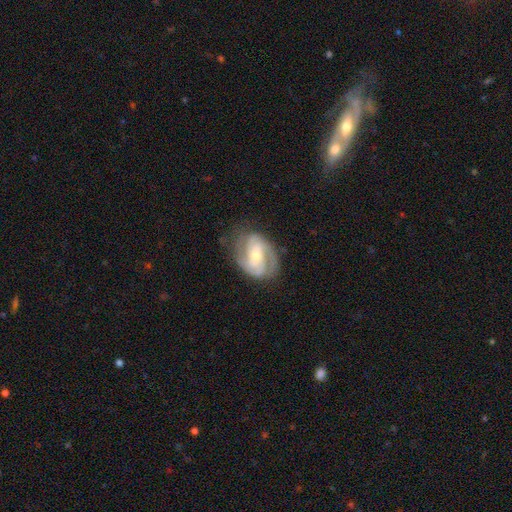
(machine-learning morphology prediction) Smooth or featured? featured or disk (84%)
Edge-on disk? no (97%)
Bar? no (42%)
Spiral arms? yes (95%)
Spiral winding? tight (44%, tied with medium)
Spiral arm count? 2 (58%)
Bulge size? moderate (51%)
Merging? none (68%)